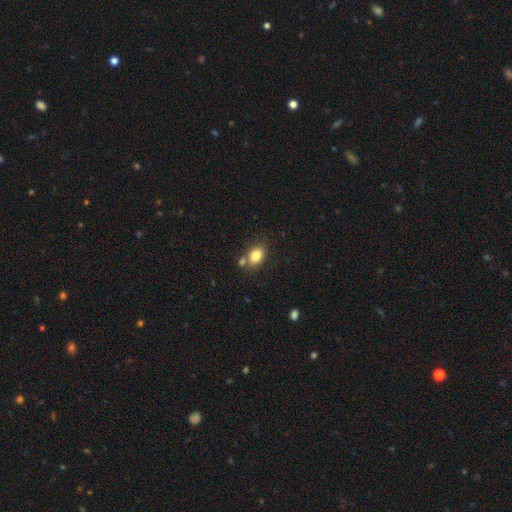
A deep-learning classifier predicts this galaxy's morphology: smooth_or_featured: smooth (p=0.81) [alt: star or artifact p=0.10]
how_rounded: in between (p=0.74) [alt: round p=0.24]
merging: none (p=0.67) [alt: merger p=0.17]